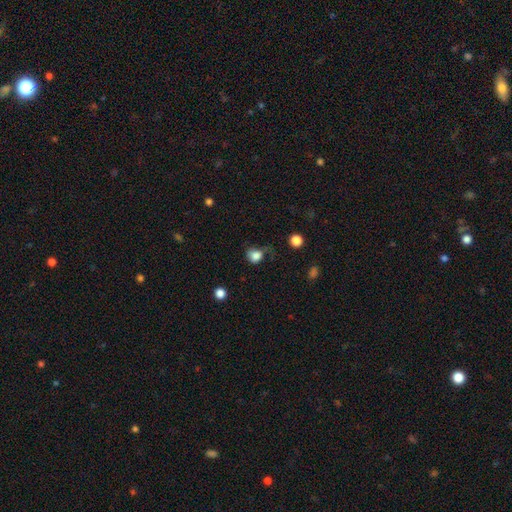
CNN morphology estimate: A smooth galaxy with no disk features (82%) that is round (68%). Merging: none (44%).